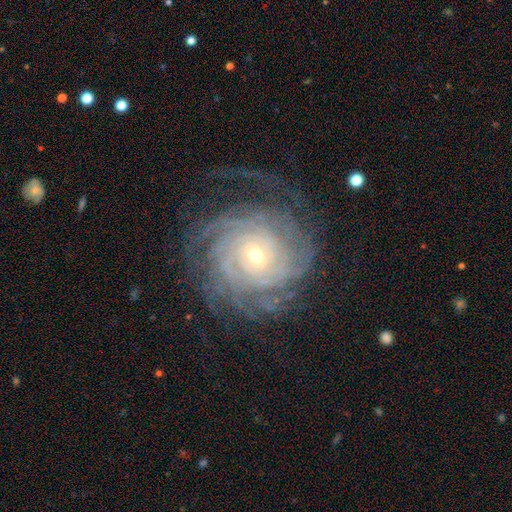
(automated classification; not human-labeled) Smooth or featured? featured or disk (87%)
Edge-on disk? no (97%)
Bar? no (69%)
Spiral arms? yes (97%)
Spiral winding? tight (80%)
Spiral arm count? can't tell (29%)
Bulge size? small (70%)
Merging? none (71%)